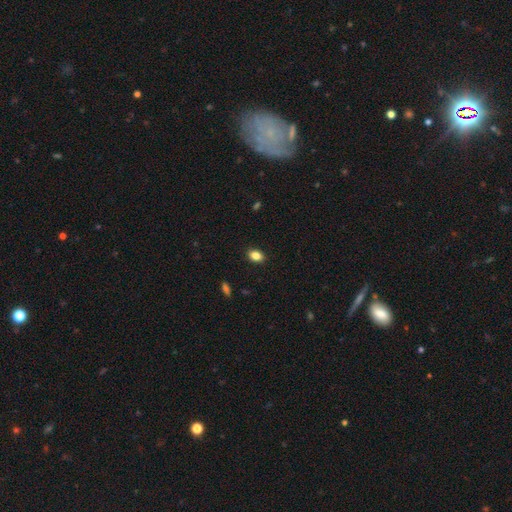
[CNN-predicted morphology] smooth 85%, star or artifact 9%, featured or disk 5%. Down the decision tree: how rounded — in between (76%); merging — none (89%).